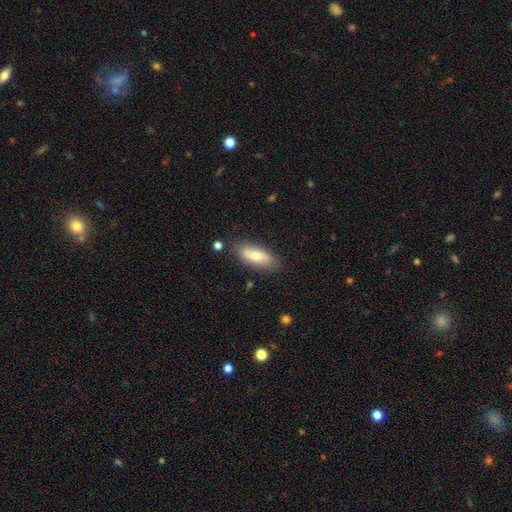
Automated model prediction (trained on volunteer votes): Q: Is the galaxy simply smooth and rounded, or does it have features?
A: smooth — 68%.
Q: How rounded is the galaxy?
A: in between — 78%.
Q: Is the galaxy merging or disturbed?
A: none — 77%.